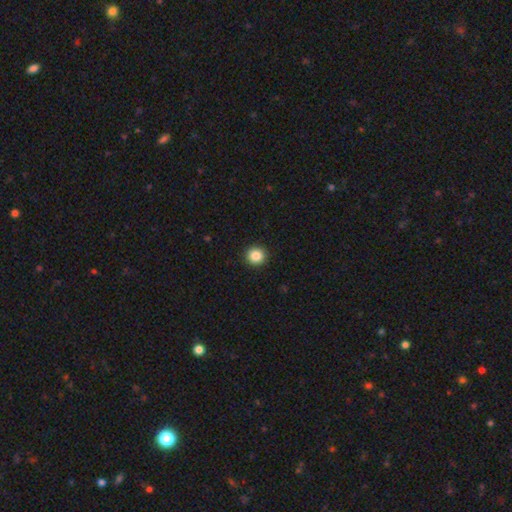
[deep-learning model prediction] The model was most divided on "smooth or featured": smooth: 87%, star or artifact: 10%, featured or disk: 4%. More confident: how rounded — round (94%); merging — none (93%).